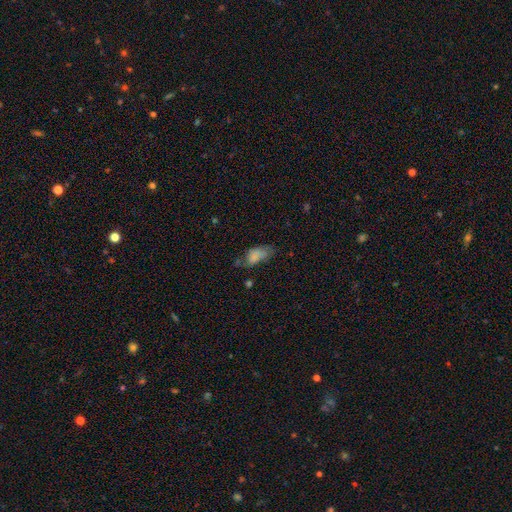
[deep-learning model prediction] smooth 74%, featured or disk 15%, star or artifact 10%. Down the decision tree: how rounded — in between (89%); merging — none (34%, tied with minor disturbance).